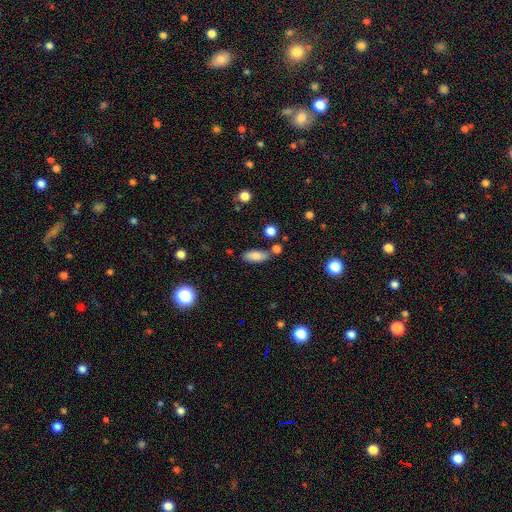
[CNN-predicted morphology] Smooth or featured? smooth (80%)
How rounded? in between (81%)
Merging? none (75%)